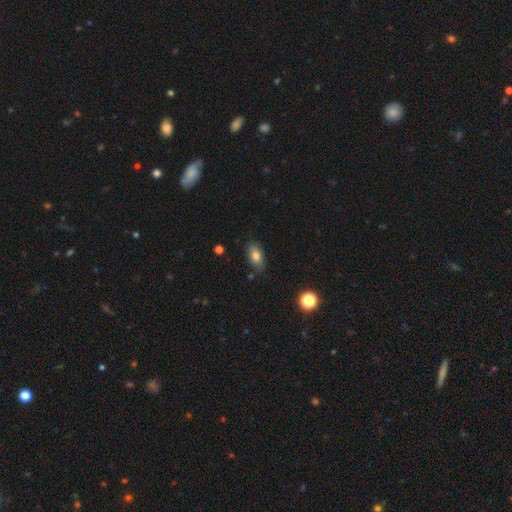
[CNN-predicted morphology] type=smooth (80%); roundness=in between (88%); merging=none (79%).